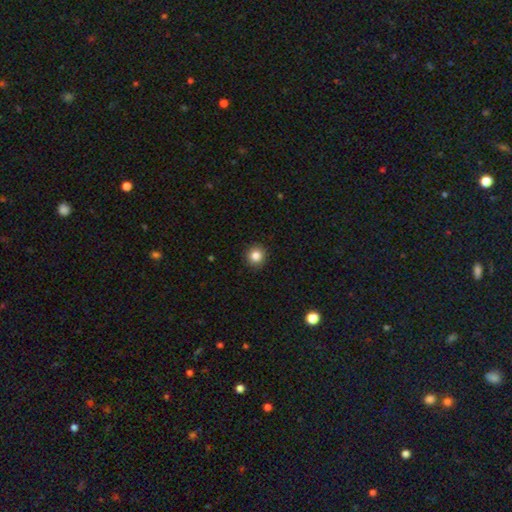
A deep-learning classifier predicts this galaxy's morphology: A smooth galaxy with no disk features (84%) that is round (93%).

Vote fractions:
- Smooth or featured? smooth: 84% / star or artifact: 11% / featured or disk: 5%
- How rounded? round: 93% / in between: 6% / cigar-shaped: 1%
- Merging? none: 92% / minor disturbance: 5% / major disturbance: 2% / merger: 1%